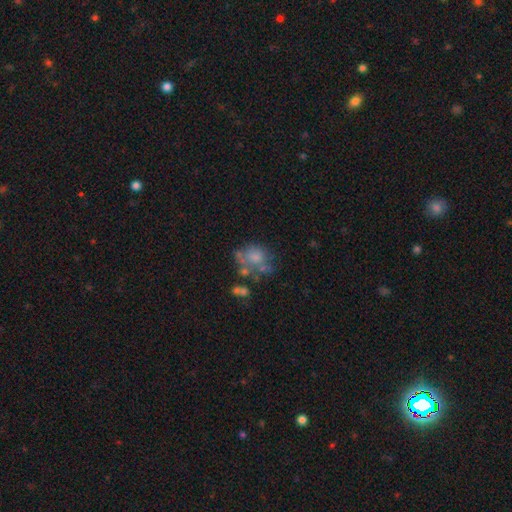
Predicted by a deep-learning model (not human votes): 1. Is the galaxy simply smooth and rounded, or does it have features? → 46% smooth, 40% featured or disk, 14% star or artifact.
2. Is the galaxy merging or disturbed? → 37% none, 23% major disturbance, 20% minor disturbance, 20% merger.